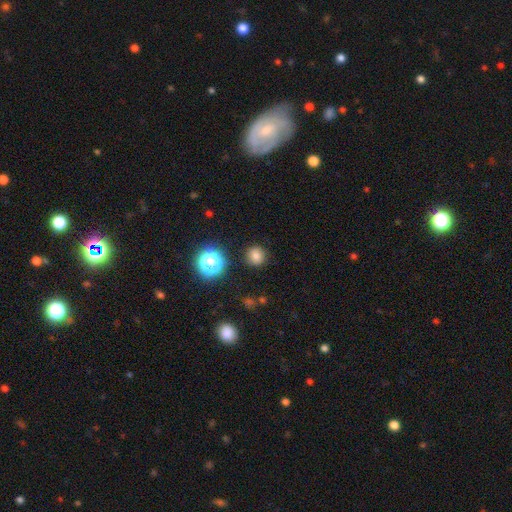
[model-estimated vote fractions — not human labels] Smooth or featured: smooth — 77% (star or artifact — 16%)
How rounded: round — 93% (in between — 6%)
Merging: none — 89% (minor disturbance — 7%)